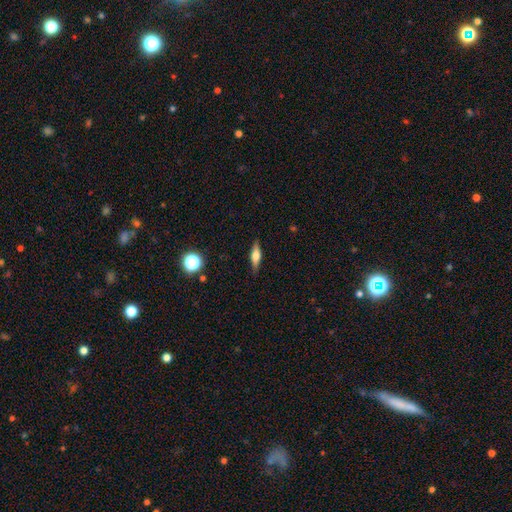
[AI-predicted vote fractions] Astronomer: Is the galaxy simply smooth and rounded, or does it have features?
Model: smooth — 52% (runner-up: featured or disk, 40%).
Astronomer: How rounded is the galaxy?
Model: cigar-shaped — 51% (runner-up: in between, 45%).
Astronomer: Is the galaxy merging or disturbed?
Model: none — 85%.